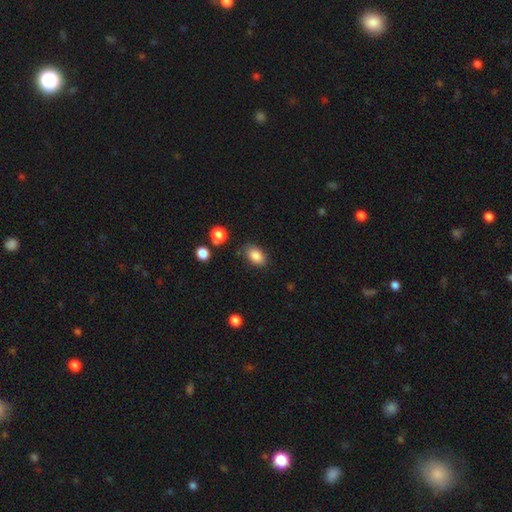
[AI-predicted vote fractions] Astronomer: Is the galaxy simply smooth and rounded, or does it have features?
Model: smooth — 86%.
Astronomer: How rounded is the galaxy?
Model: in between — 86%.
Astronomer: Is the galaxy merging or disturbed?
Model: none — 80%.